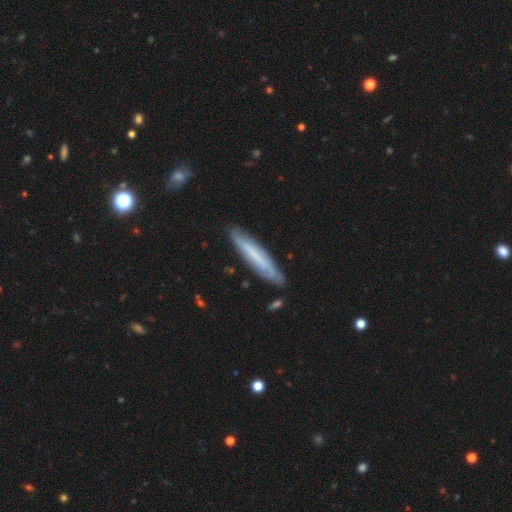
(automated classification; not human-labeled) Smooth or featured: smooth — 51% (featured or disk — 43%)
How rounded: cigar-shaped — 91% (in between — 8%)
Merging: none — 83% (minor disturbance — 13%)